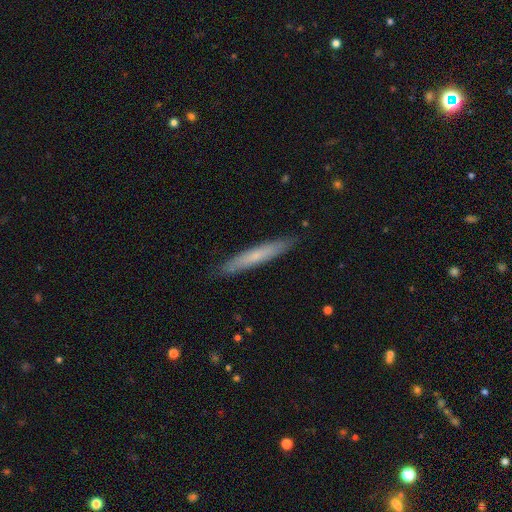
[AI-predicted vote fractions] Q: Smooth or featured?
A: smooth (61%); runner-up: featured or disk (34%)
Q: How rounded?
A: cigar-shaped (94%); runner-up: in between (4%)
Q: Merging?
A: none (89%); runner-up: minor disturbance (9%)